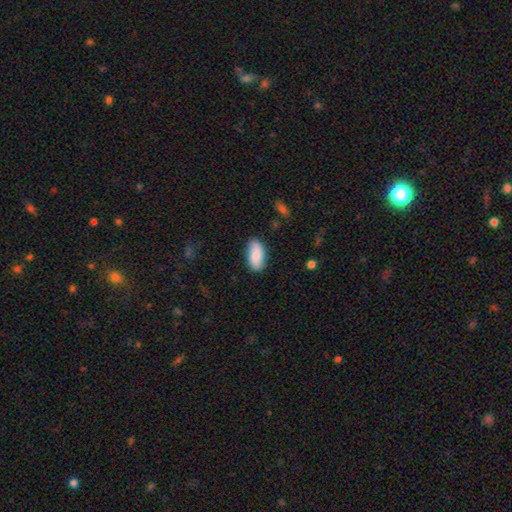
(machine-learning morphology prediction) The model was most divided on "smooth or featured": smooth: 80%, featured or disk: 14%, star or artifact: 6%. More confident: how rounded — in between (92%); merging — none (84%).